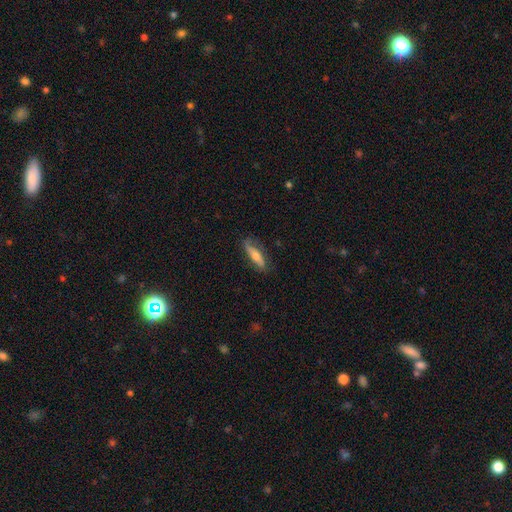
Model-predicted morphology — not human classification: type=featured or disk (53%); edge-on=yes (53%); merging=none (74%).